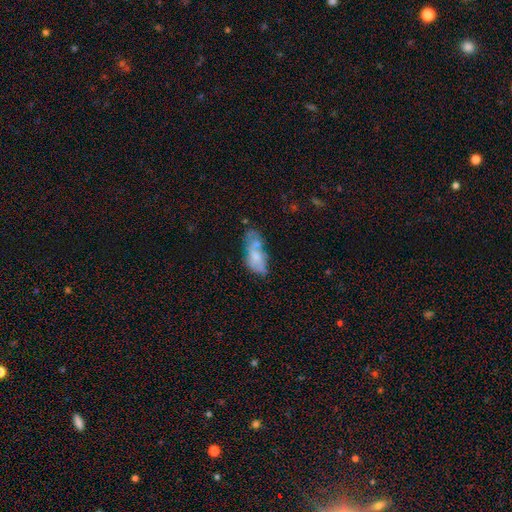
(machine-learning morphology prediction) This is possibly a smooth galaxy (54%). How rounded: clearly in between (83%). Merging: marginally none (35%).